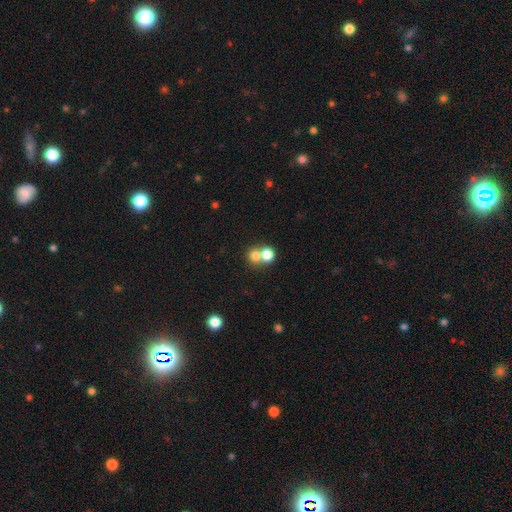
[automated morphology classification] Q: Smooth or featured?
A: smooth (74%); runner-up: star or artifact (14%)
Q: How rounded?
A: round (83%); runner-up: in between (16%)
Q: Merging?
A: merger (52%); runner-up: none (40%)